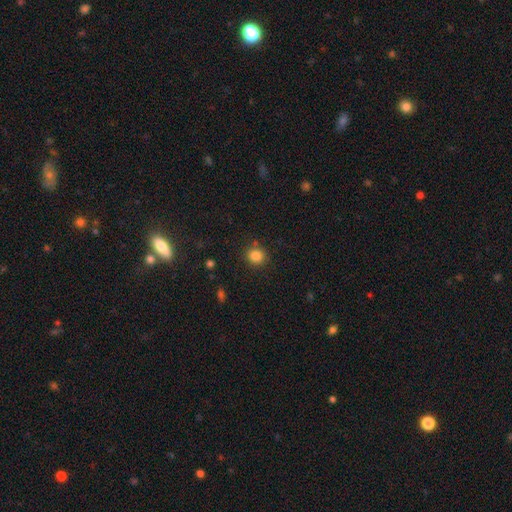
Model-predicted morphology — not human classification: Smooth or featured?
  - smooth: 84% *
  - star or artifact: 11%
  - featured or disk: 5%
How rounded?
  - round: 86% *
  - in between: 13%
  - cigar-shaped: 1%
Merging?
  - none: 84% *
  - minor disturbance: 9%
  - merger: 4%
  - major disturbance: 3%